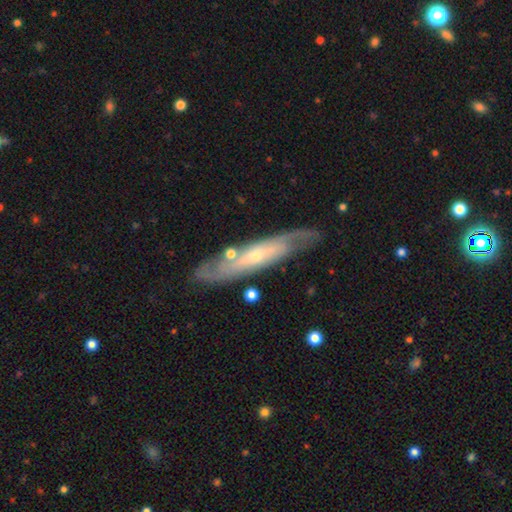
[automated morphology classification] Overall: featured or disk (77%). Edge-on disk: no (61%; yes 39%). Merging: none (75%).